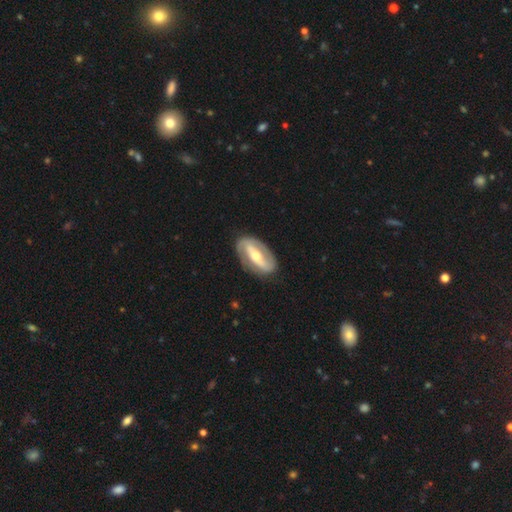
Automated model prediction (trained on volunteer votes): Morphology: type=featured or disk (79%); edge-on=no (91%); bar=strong (61%); spiral arms=yes (76%); winding=medium (38%); arm count=2 (86%); bulge=moderate (63%); merging=none (83%).